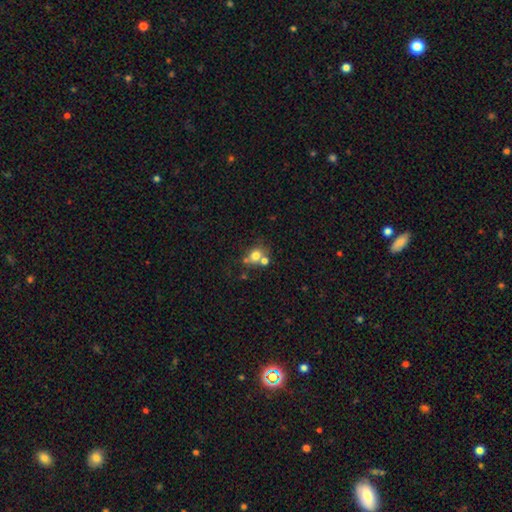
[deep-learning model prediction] Smooth or featured: smooth — 71% (featured or disk — 16%)
How rounded: round — 60% (in between — 39%)
Merging: merger — 43% (none — 40%)